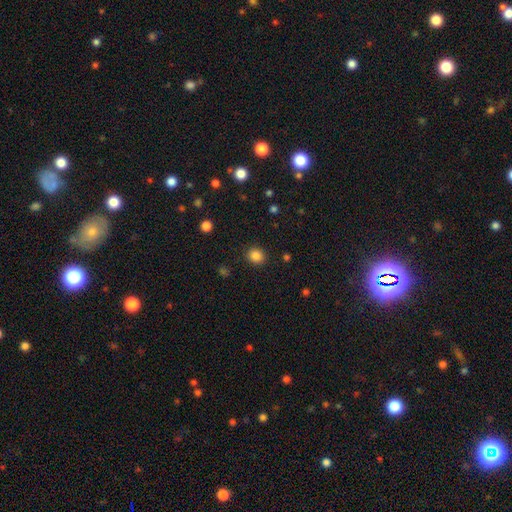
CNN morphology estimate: Smooth or featured? Predicted: smooth (p=0.85). How rounded? Predicted: round (p=0.79). Merging? Predicted: none (p=0.89).